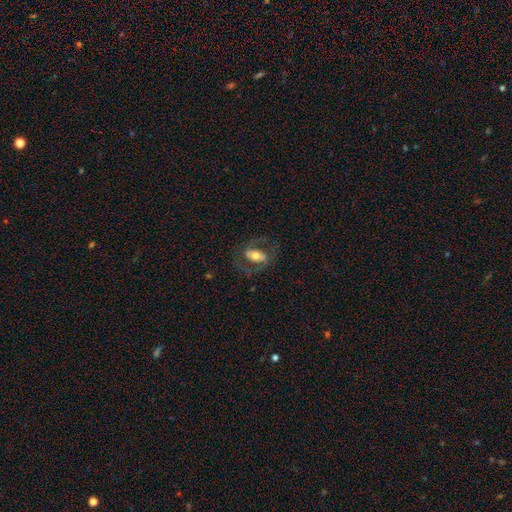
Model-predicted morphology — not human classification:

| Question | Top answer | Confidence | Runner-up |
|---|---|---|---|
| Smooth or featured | featured or disk | 59% | smooth (34%) |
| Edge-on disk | no | 92% | yes (8%) |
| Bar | strong | 37% | no (34%) |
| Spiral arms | yes | 68% | no (32%) |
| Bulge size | moderate | 62% | large (19%) |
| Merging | none | 68% | major disturbance (15%) |